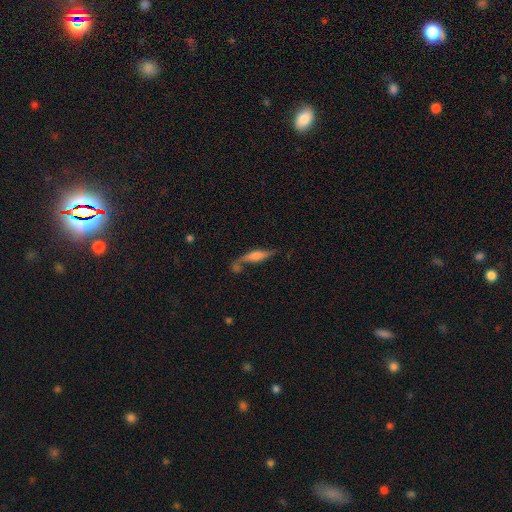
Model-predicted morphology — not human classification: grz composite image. It shows a featured or disk galaxy (52%) viewed edge-on (77%). Merging: none (50%).